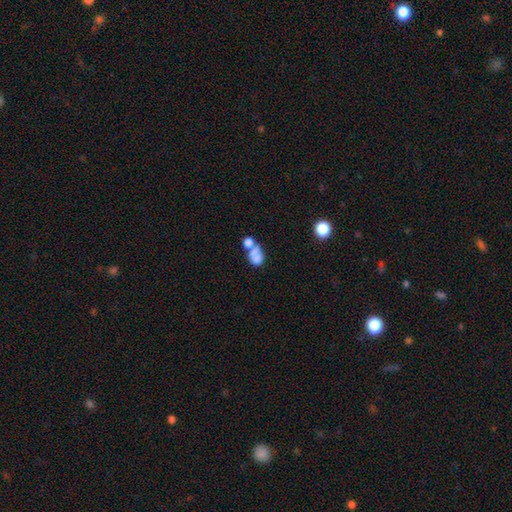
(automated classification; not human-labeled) smooth_or_featured: smooth (p=0.69) [alt: featured or disk p=0.20]
how_rounded: in between (p=0.64) [alt: round p=0.35]
merging: merger (p=0.58) [alt: none p=0.21]